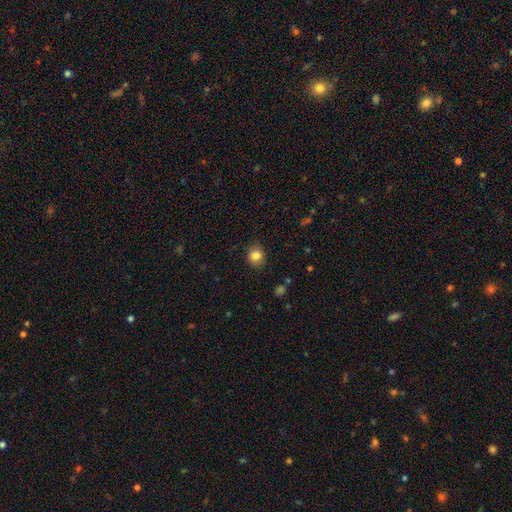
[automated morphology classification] Overall: smooth (84%). How rounded: round (69%; in between 30%). Merging: none (86%).